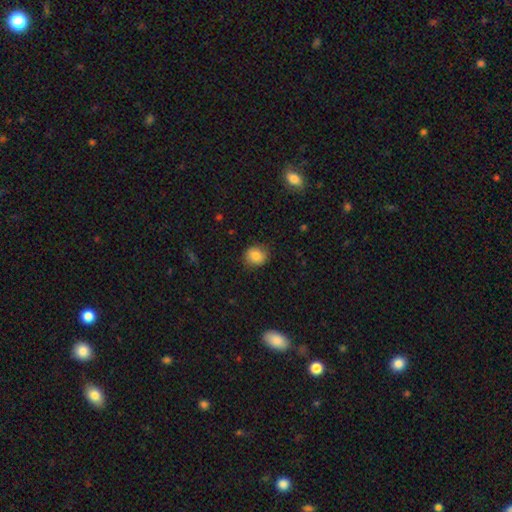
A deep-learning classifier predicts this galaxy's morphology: Smooth or featured? Predicted: smooth (p=0.83). How rounded? Predicted: round (p=0.78). Merging? Predicted: none (p=0.83).